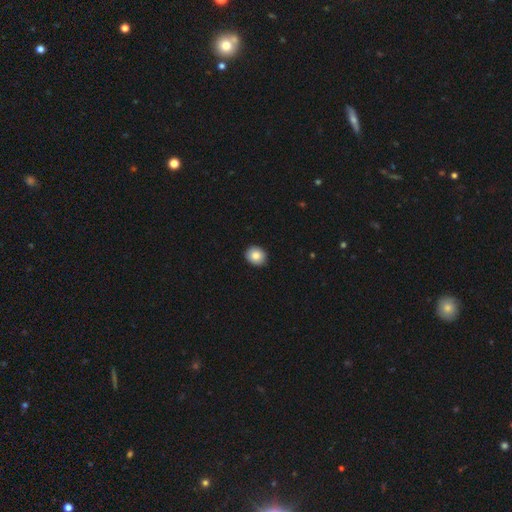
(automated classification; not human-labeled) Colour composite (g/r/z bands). It shows a smooth galaxy with no disk features (86%) that is round (67%). Merging: none (91%).